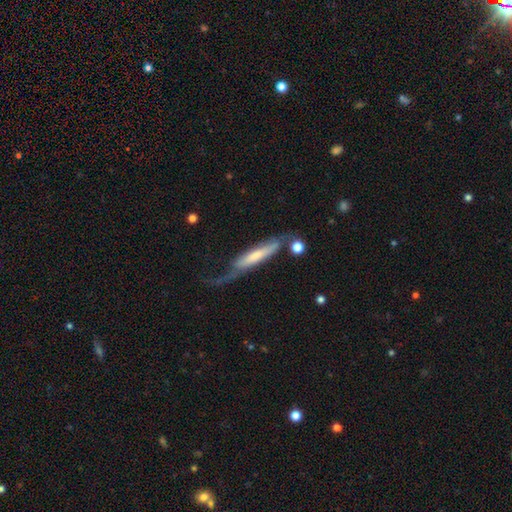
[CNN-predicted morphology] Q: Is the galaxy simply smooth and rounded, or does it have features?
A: featured or disk — 51%.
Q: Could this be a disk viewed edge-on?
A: yes — 60%.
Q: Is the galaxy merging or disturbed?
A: major disturbance — 35%.